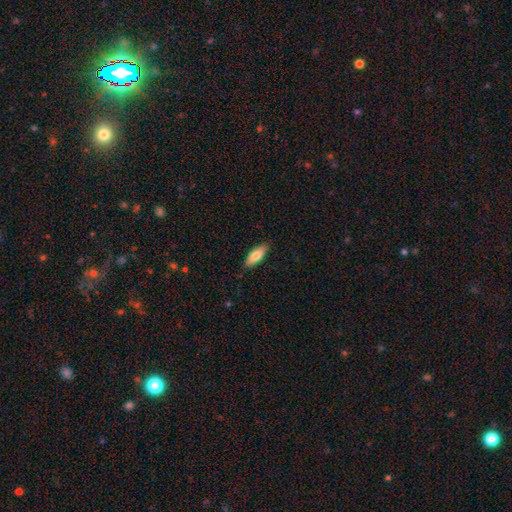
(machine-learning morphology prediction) Smooth or featured?
  - smooth: 81% *
  - featured or disk: 13%
  - star or artifact: 6%
How rounded?
  - in between: 69% *
  - cigar-shaped: 29%
  - round: 2%
Merging?
  - none: 85% *
  - minor disturbance: 12%
  - major disturbance: 2%
  - merger: 1%